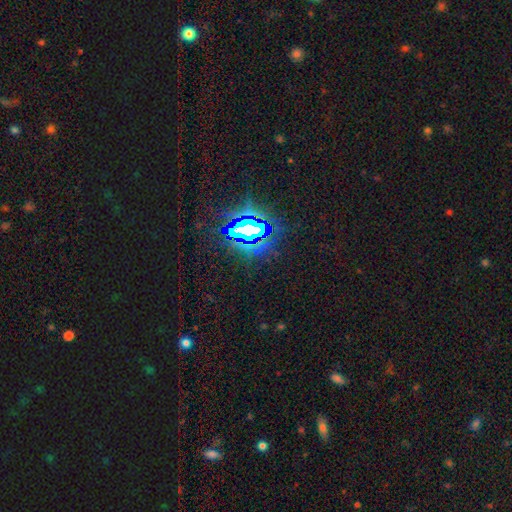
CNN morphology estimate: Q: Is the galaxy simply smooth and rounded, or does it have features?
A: star or artifact — 79%.